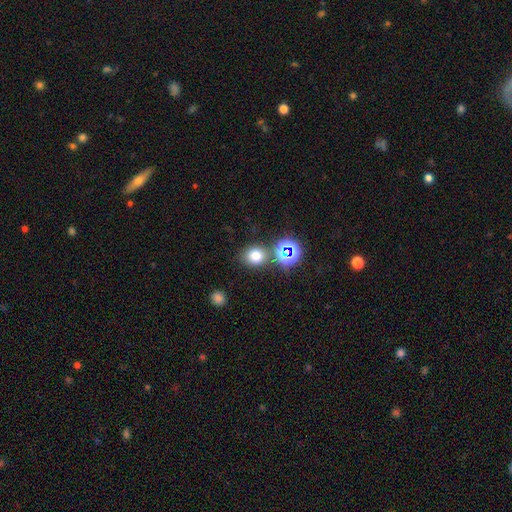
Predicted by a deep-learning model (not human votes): Smooth or featured? smooth (72%)
How rounded? round (69%)
Merging? none (74%)